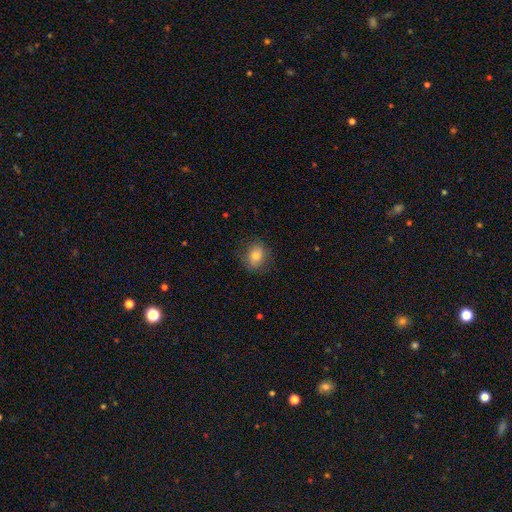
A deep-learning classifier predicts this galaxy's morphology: Smooth or featured?
  - smooth: 78% *
  - featured or disk: 13%
  - star or artifact: 9%
How rounded?
  - round: 58% *
  - in between: 41%
  - cigar-shaped: 1%
Merging?
  - none: 79% *
  - minor disturbance: 15%
  - major disturbance: 5%
  - merger: 1%